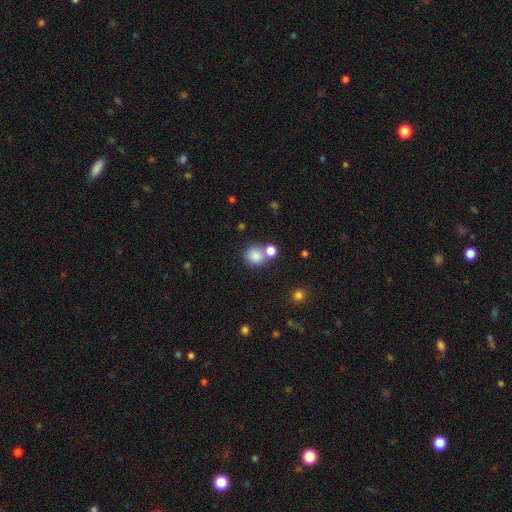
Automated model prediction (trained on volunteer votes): This appears to be a smooth galaxy with no disk features (83%) that is round (84%). Merging: none (58%).